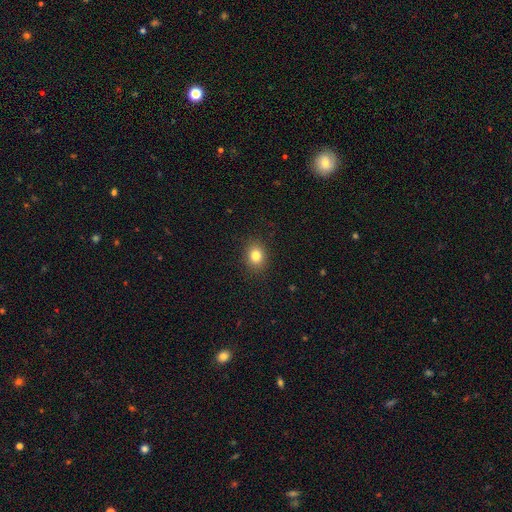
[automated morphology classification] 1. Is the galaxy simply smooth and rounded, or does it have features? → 82% smooth, 11% star or artifact, 7% featured or disk.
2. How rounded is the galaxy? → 54% round, 45% in between, 1% cigar-shaped.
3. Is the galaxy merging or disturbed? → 89% none, 8% minor disturbance, 2% major disturbance, 1% merger.